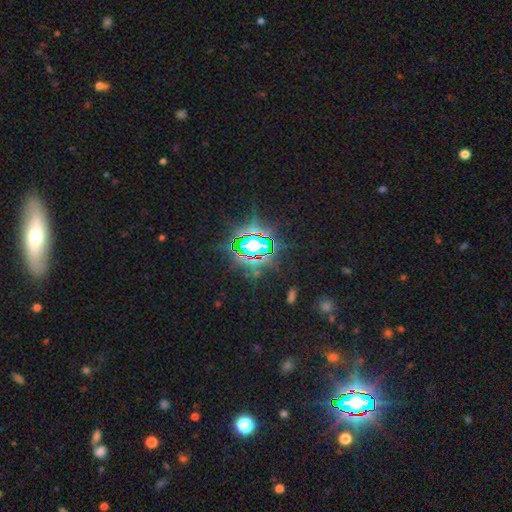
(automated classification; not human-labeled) Smooth or featured? star or artifact (83%)